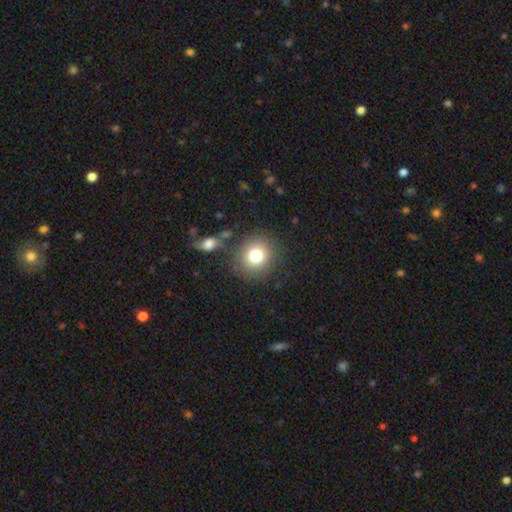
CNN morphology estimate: Smooth or featured?
  - smooth: 78% *
  - star or artifact: 11%
  - featured or disk: 11%
How rounded?
  - round: 88% *
  - in between: 11%
  - cigar-shaped: 1%
Merging?
  - none: 81% *
  - minor disturbance: 9%
  - merger: 6%
  - major disturbance: 4%